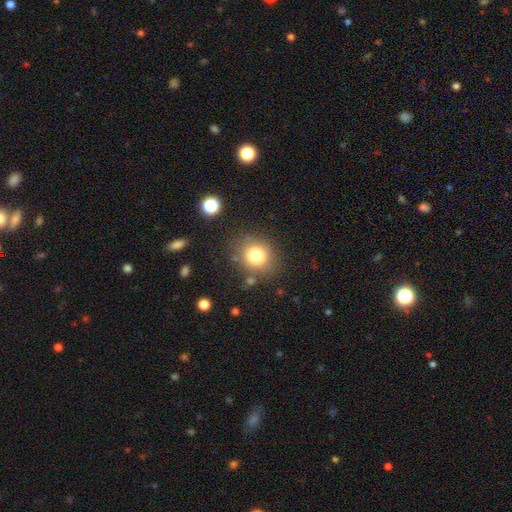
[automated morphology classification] smooth 80%, star or artifact 12%, featured or disk 8%. Down the decision tree: how rounded — round (79%); merging — none (79%).